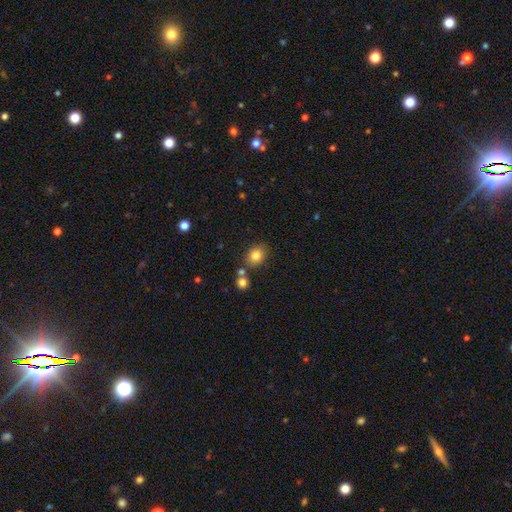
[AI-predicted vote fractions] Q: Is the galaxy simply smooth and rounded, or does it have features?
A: smooth — 81%.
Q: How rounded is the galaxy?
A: in between — 53%.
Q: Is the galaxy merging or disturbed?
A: none — 73%.